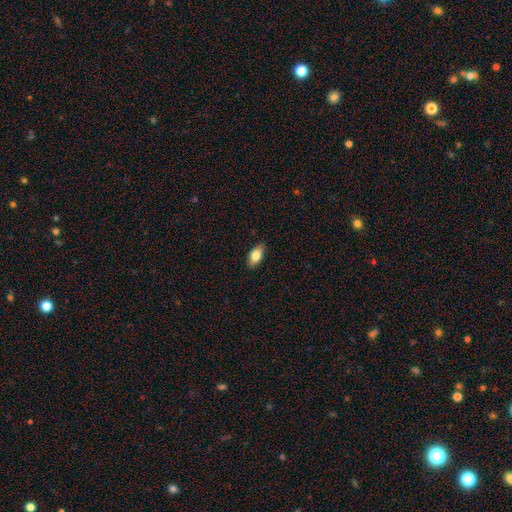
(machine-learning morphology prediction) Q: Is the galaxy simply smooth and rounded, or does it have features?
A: smooth — 81%.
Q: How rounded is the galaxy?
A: in between — 90%.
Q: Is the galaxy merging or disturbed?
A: none — 87%.